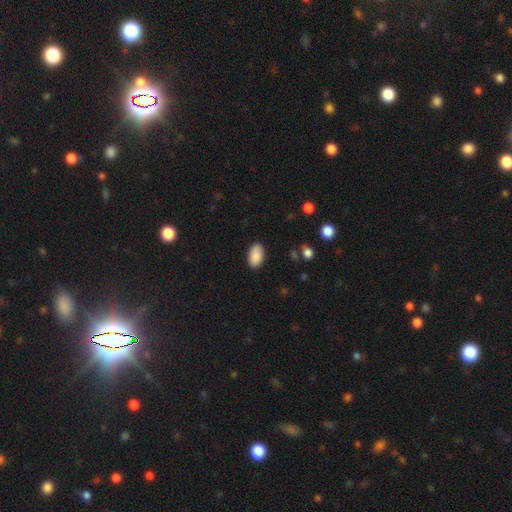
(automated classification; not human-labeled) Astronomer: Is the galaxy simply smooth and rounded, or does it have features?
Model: smooth — 90%.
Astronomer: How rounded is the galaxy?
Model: in between — 94%.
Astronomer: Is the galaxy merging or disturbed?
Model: none — 86%.